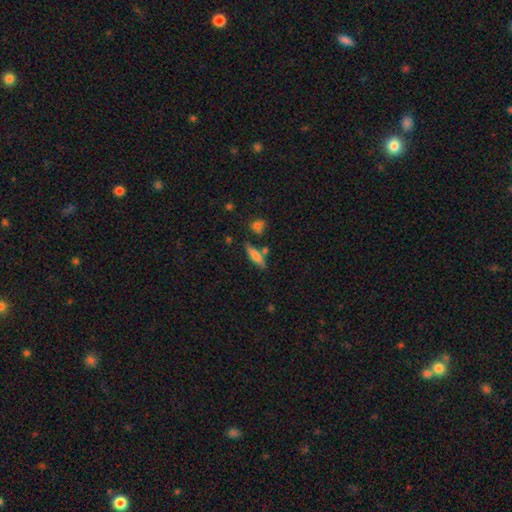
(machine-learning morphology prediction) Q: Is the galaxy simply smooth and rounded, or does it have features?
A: smooth — 66%.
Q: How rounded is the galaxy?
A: cigar-shaped — 65%.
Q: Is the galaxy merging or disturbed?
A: none — 73%.